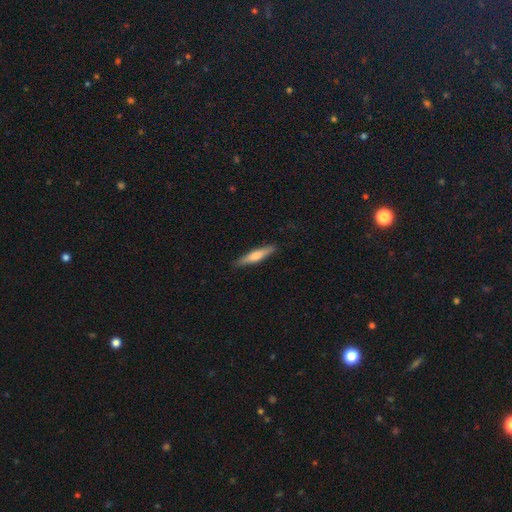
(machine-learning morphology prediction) A smooth galaxy with no disk features (49%).

Vote fractions:
- Smooth or featured? smooth: 49% / featured or disk: 45% / star or artifact: 6%
- Merging? none: 90% / minor disturbance: 8% / major disturbance: 2% / merger: 1%